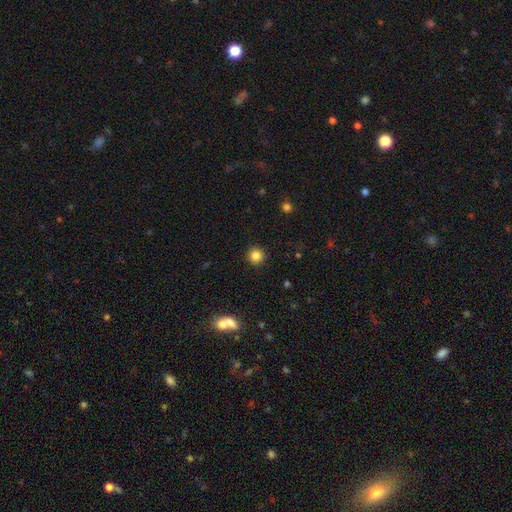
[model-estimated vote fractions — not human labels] smooth 84%, star or artifact 11%, featured or disk 5%. Down the decision tree: how rounded — round (95%); merging — none (92%).